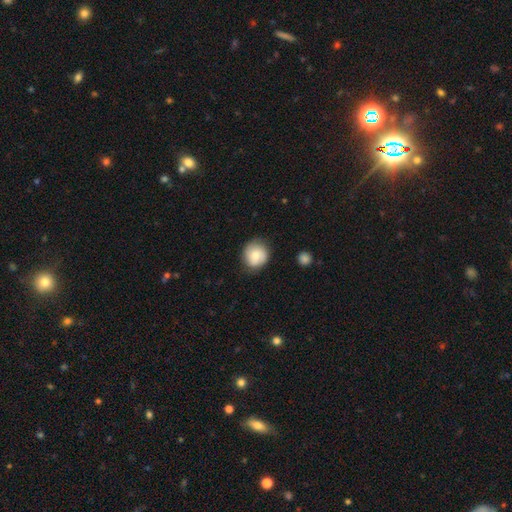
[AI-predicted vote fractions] Smooth or featured? smooth (68%)
How rounded? round (88%)
Merging? none (80%)